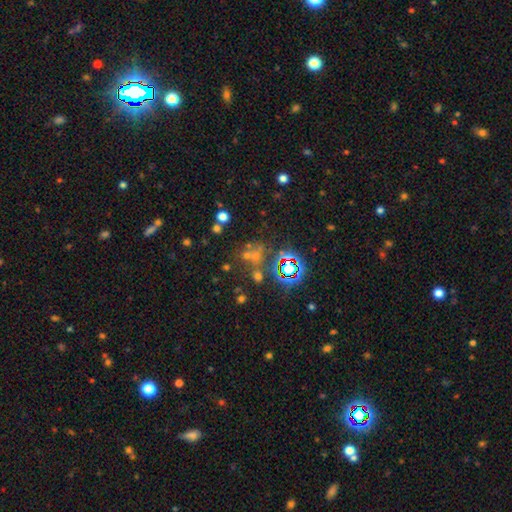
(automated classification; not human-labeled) This appears to be a star or artifact, not a galaxy (55%).